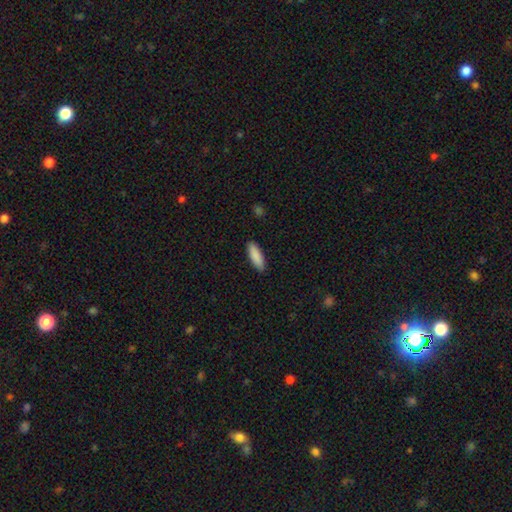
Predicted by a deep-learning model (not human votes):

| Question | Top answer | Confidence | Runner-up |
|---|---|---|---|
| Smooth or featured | smooth | 90% | star or artifact (6%) |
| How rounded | in between | 57% | cigar-shaped (41%) |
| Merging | none | 89% | minor disturbance (8%) |